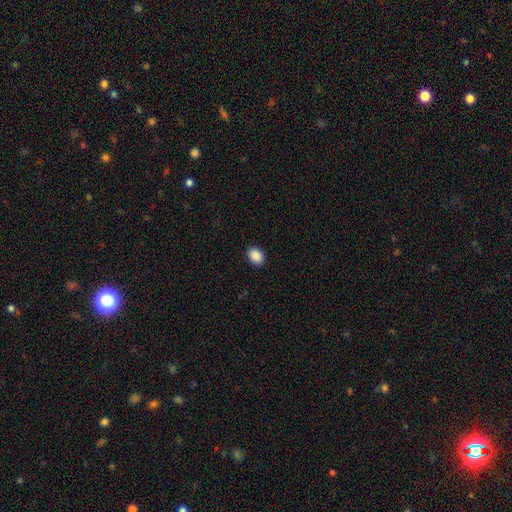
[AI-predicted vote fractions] smooth_or_featured: smooth (p=0.90) [alt: star or artifact p=0.08]
how_rounded: in between (p=0.69) [alt: round p=0.30]
merging: none (p=0.90) [alt: minor disturbance p=0.07]